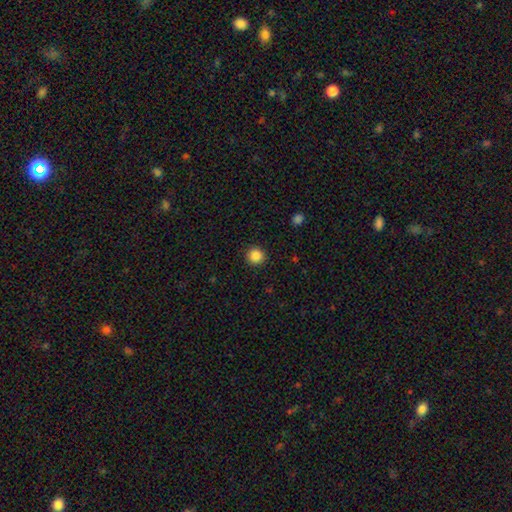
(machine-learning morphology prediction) A smooth galaxy with no disk features (86%) that is round (95%). Merging: none (92%).